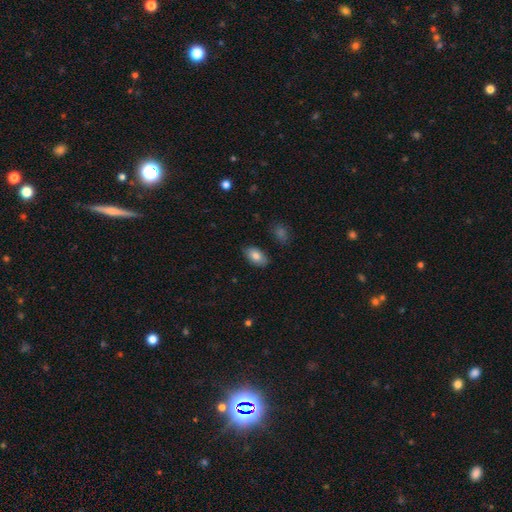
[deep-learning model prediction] smooth 82%, featured or disk 11%, star or artifact 7%. Down the decision tree: how rounded — in between (93%); merging — none (83%).